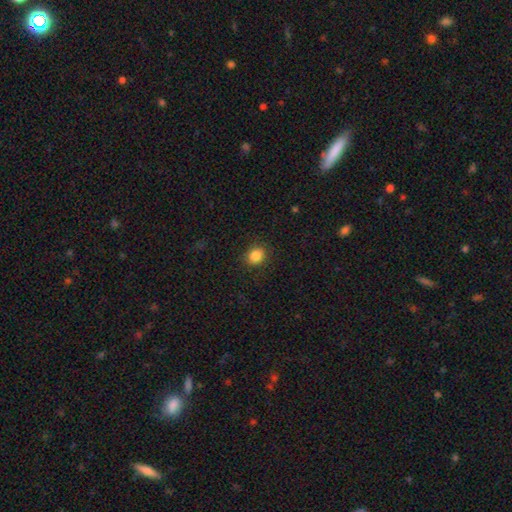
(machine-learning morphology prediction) Smooth or featured?
  - smooth: 86% *
  - star or artifact: 10%
  - featured or disk: 4%
How rounded?
  - round: 68% *
  - in between: 31%
  - cigar-shaped: 1%
Merging?
  - none: 87% *
  - minor disturbance: 9%
  - major disturbance: 3%
  - merger: 1%